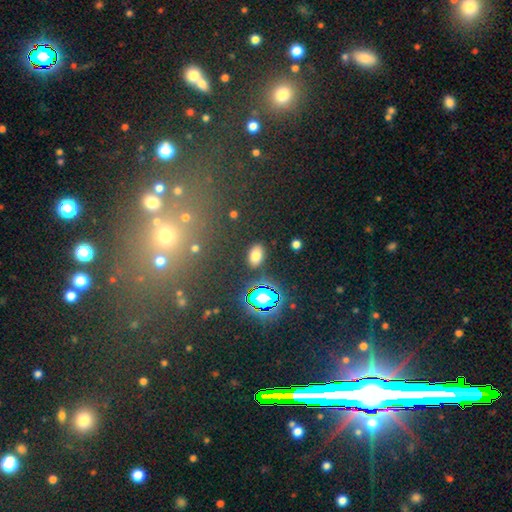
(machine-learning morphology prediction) Smooth or featured? Predicted: smooth (p=0.74). How rounded? Predicted: in between (p=0.89). Merging? Predicted: none (p=0.87).